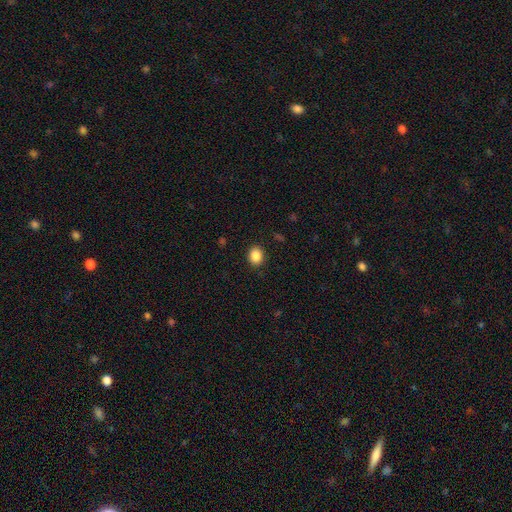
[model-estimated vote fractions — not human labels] Smooth or featured: smooth — 87% (star or artifact — 10%)
How rounded: round — 57% (in between — 42%)
Merging: none — 90% (minor disturbance — 7%)